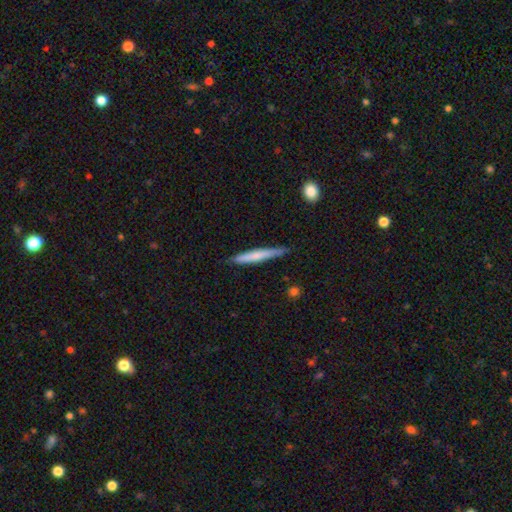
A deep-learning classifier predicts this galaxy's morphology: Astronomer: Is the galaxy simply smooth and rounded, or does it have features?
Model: smooth — 63%.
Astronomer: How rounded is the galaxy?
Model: cigar-shaped — 95%.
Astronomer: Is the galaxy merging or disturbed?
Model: none — 82%.